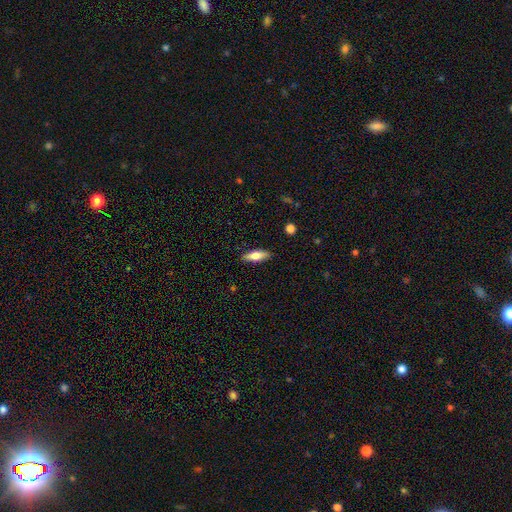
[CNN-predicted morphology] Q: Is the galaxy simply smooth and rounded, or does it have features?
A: smooth — 58%.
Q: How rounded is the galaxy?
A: in between — 53%.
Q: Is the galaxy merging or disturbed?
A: none — 88%.